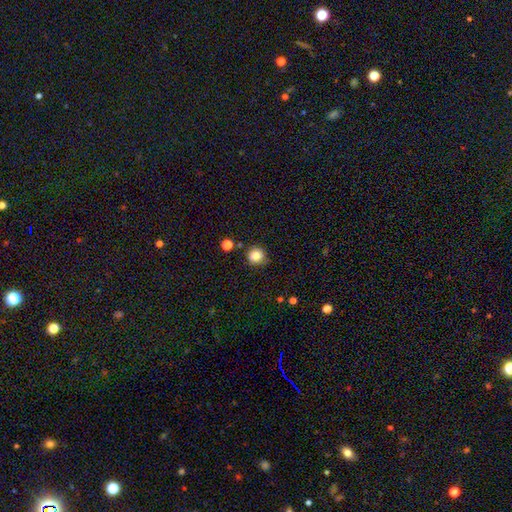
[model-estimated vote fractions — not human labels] smooth_or_featured: smooth (p=0.82) [alt: star or artifact p=0.11]
how_rounded: round (p=0.93) [alt: in between p=0.06]
merging: none (p=0.86) [alt: minor disturbance p=0.09]